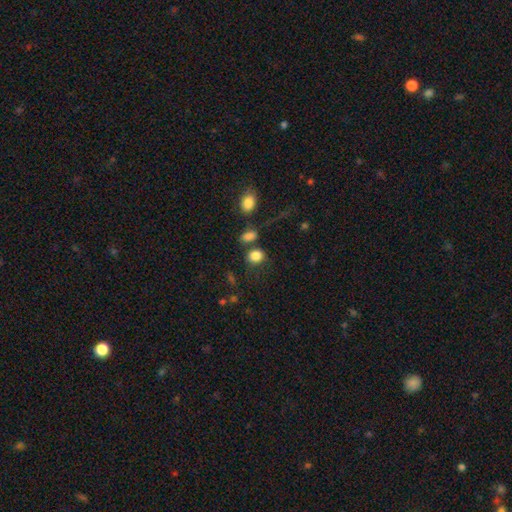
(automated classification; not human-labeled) smooth_or_featured: smooth (p=0.85) [alt: star or artifact p=0.10]
how_rounded: round (p=0.57) [alt: in between p=0.42]
merging: none (p=0.64) [alt: merger p=0.14]